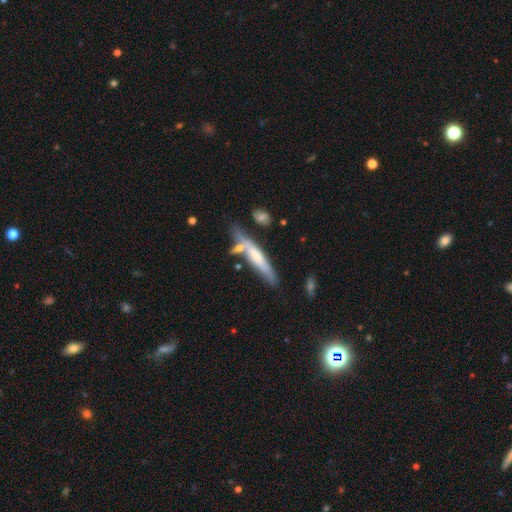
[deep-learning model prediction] Q: Smooth or featured?
A: smooth (48%); runner-up: featured or disk (46%)
Q: Merging?
A: none (65%); runner-up: minor disturbance (16%)